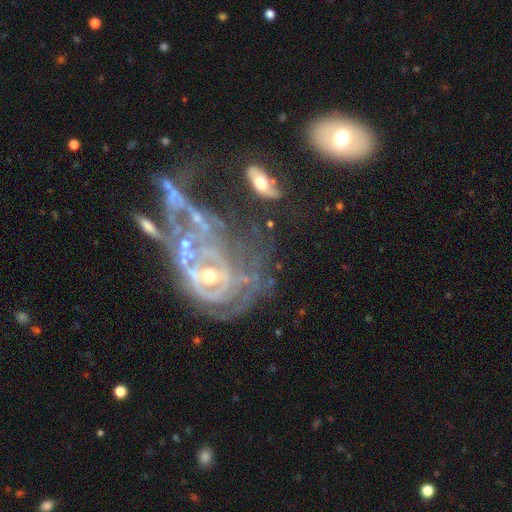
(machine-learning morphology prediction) A featured or disk galaxy (73%) with no bar (68%), spiral arms (55%) and a small central bulge (52%).

Vote fractions:
- Smooth or featured? featured or disk: 73% / star or artifact: 16% / smooth: 12%
- Edge-on disk? no: 95% / yes: 5%
- Bar? no: 68% / weak: 23% / strong: 10%
- Spiral arms? yes: 55% / no: 45%
- Bulge size? small: 52% / moderate: 32% / none: 11% / large: 3% / dominant: 2%
- Merging? major disturbance: 40% / merger: 26% / none: 21% / minor disturbance: 13%